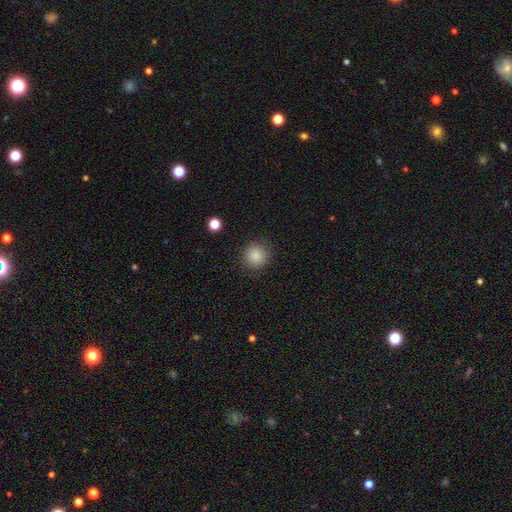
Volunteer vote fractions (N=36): This appears to be a smooth galaxy with no disk features (97%) that is round (97%). Merging: none (91%).